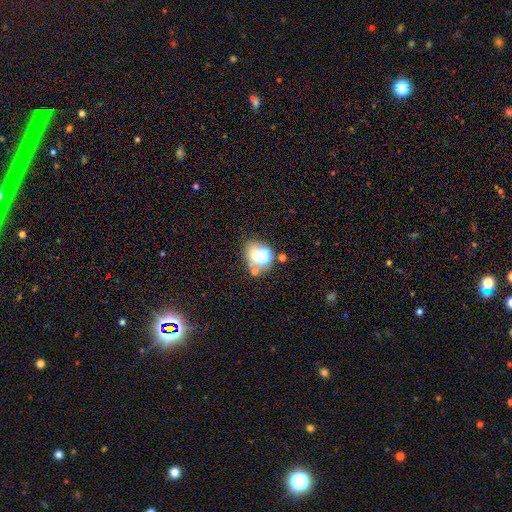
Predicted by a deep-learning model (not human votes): smooth_or_featured: smooth (p=0.54) [alt: star or artifact p=0.24]
how_rounded: round (p=0.60) [alt: in between p=0.39]
merging: none (p=0.50) [alt: merger p=0.29]